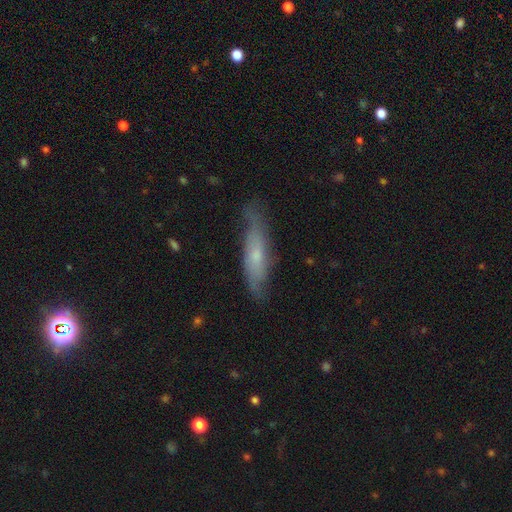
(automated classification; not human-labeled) Smooth or featured: featured or disk — 50% (smooth — 43%)
Edge-on disk: no — 53% (yes — 47%)
Merging: none — 69% (minor disturbance — 23%)